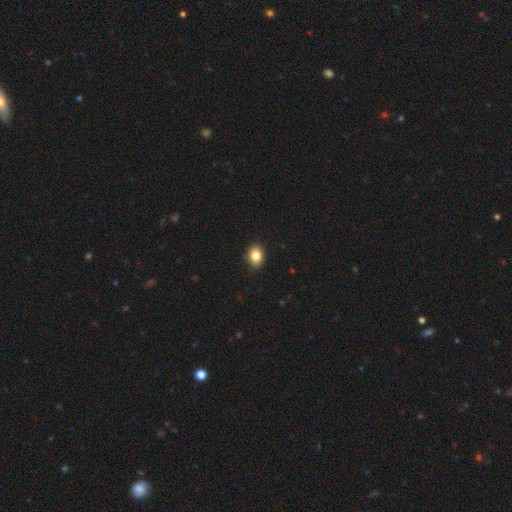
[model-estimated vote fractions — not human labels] smooth-or-featured: smooth: 84% | star or artifact: 9% | featured or disk: 7%
  how-rounded: in between: 62% | round: 37% | cigar-shaped: 1%
  merging: none: 90% | minor disturbance: 7% | major disturbance: 2% | merger: 1%